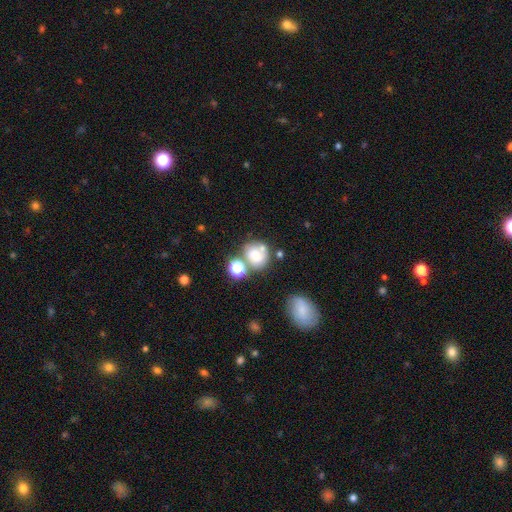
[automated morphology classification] The model was most divided on "merging": none: 43%, merger: 34%, minor disturbance: 15%, major disturbance: 8%. More confident: how rounded — round (70%); smooth or featured — smooth (68%).